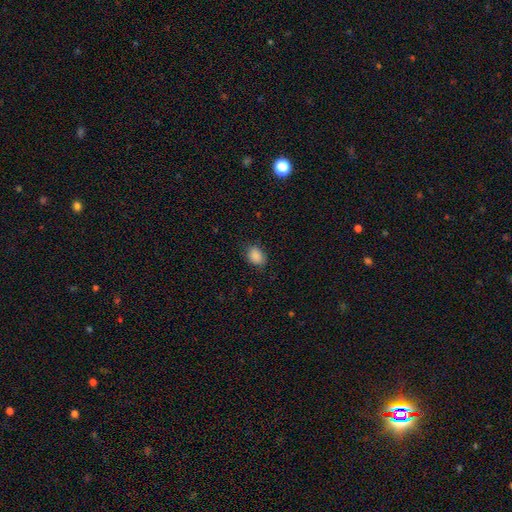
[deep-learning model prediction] smooth-or-featured: smooth: 88% | star or artifact: 9% | featured or disk: 3%
  how-rounded: in between: 71% | round: 28% | cigar-shaped: 1%
  merging: none: 83% | minor disturbance: 13% | major disturbance: 3% | merger: 1%